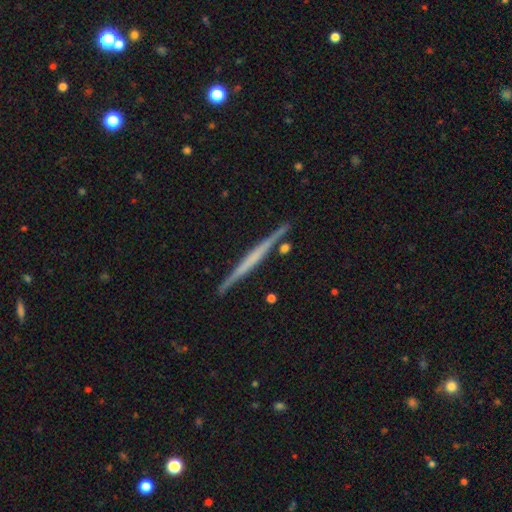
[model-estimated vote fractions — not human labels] A featured or disk galaxy (64%) viewed edge-on (98%) with no central bulge (81%). Merging: none (90%).